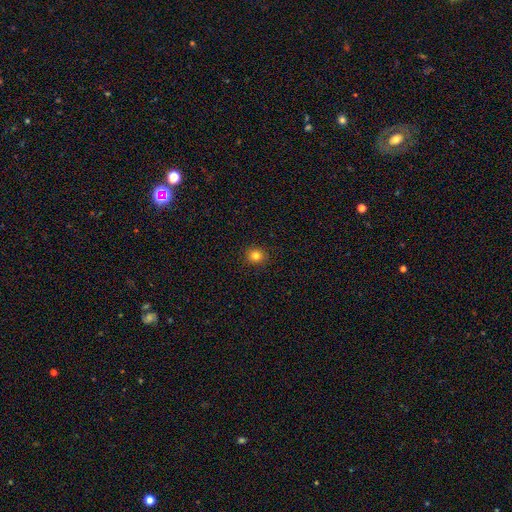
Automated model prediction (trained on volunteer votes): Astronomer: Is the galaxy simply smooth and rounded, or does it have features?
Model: smooth — 81%.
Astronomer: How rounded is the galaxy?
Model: round — 86%.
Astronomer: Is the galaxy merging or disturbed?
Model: none — 92%.